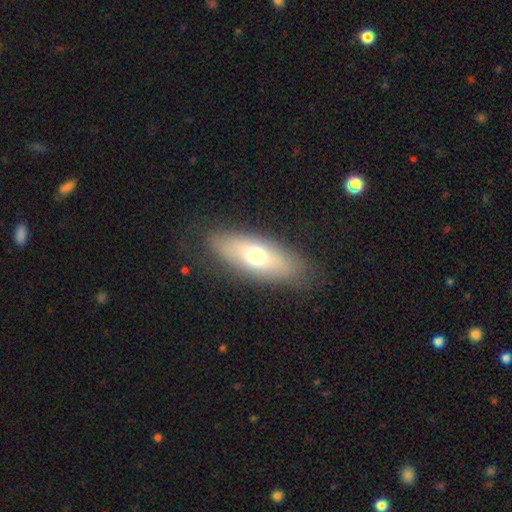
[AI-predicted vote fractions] Smooth or featured? smooth (63%)
How rounded? in between (68%)
Merging? none (83%)